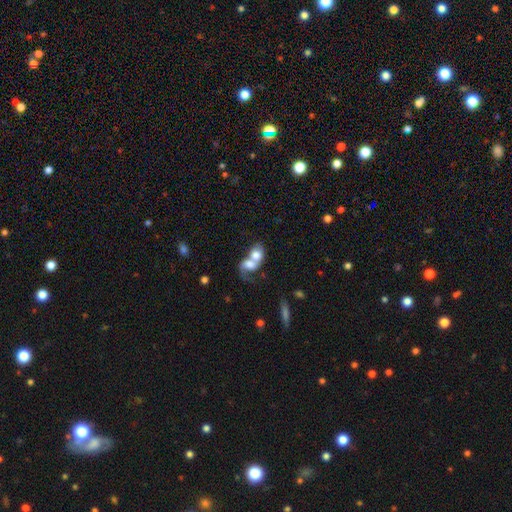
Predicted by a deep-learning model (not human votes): Overall: smooth (59%; featured or disk 33%). How rounded: in between (57%; round 41%). Merging: merger (82%).